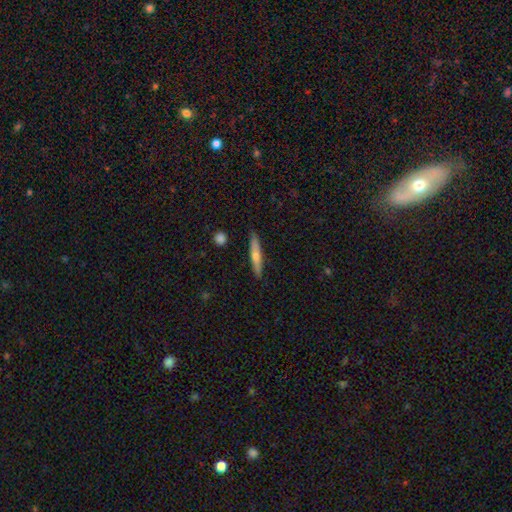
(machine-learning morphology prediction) The model was most divided on "smooth or featured": smooth: 55%, featured or disk: 39%, star or artifact: 6%. More confident: how rounded — cigar-shaped (92%); merging — none (90%).